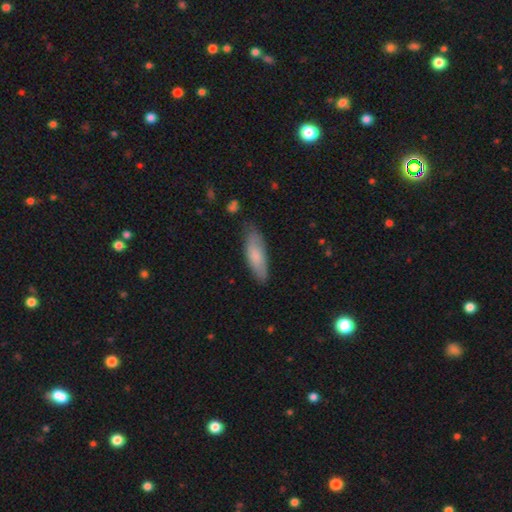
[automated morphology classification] smooth-or-featured: smooth: 75% | featured or disk: 19% | star or artifact: 6%
  how-rounded: in between: 54% | cigar-shaped: 45% | round: 2%
  merging: none: 75% | minor disturbance: 20% | major disturbance: 4% | merger: 2%